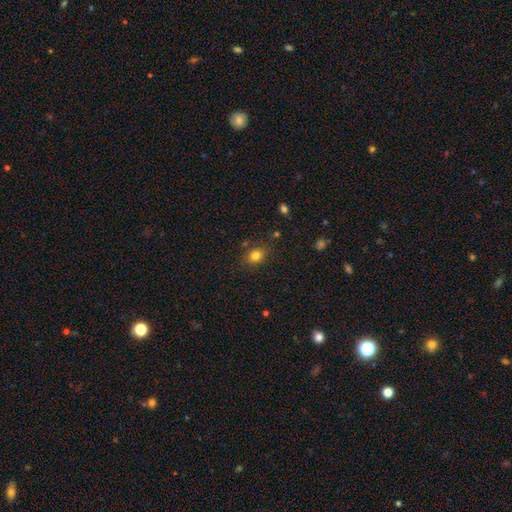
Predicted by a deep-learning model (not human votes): Overall: smooth (81%). How rounded: round (55%; in between 44%). Merging: none (82%).